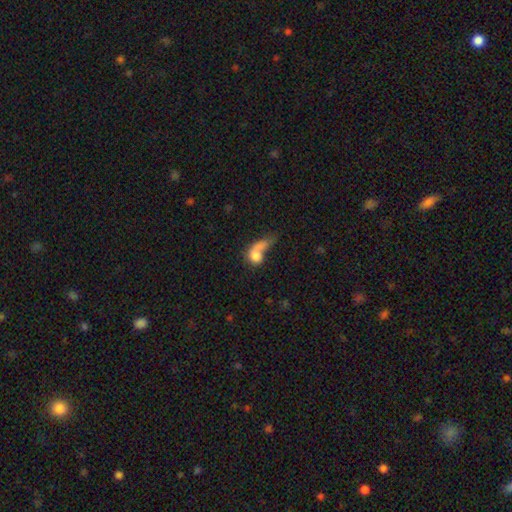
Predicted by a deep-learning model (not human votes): Smooth or featured? Predicted: smooth (p=0.69). How rounded? Predicted: in between (p=0.49). Merging? Predicted: merger (p=0.37).